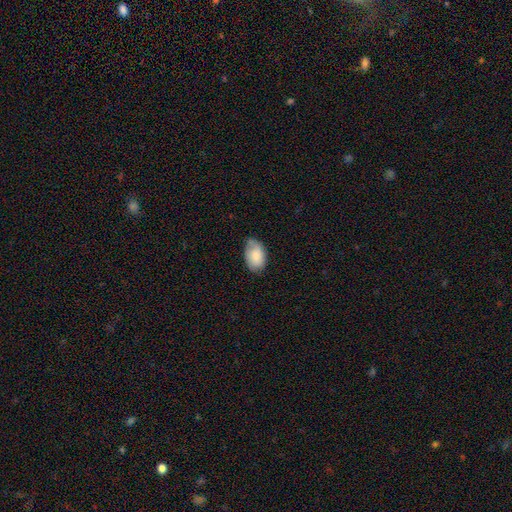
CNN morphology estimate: A smooth galaxy with no disk features (81%) that is in between round and cigar-shaped (91%). Merging: none (59%).